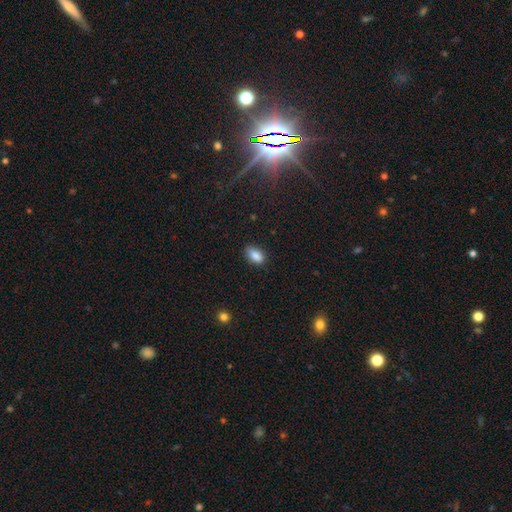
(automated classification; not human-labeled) smooth-or-featured: smooth: 87% | star or artifact: 8% | featured or disk: 5%
  how-rounded: in between: 90% | round: 7% | cigar-shaped: 3%
  merging: none: 83% | minor disturbance: 14% | major disturbance: 2% | merger: 1%